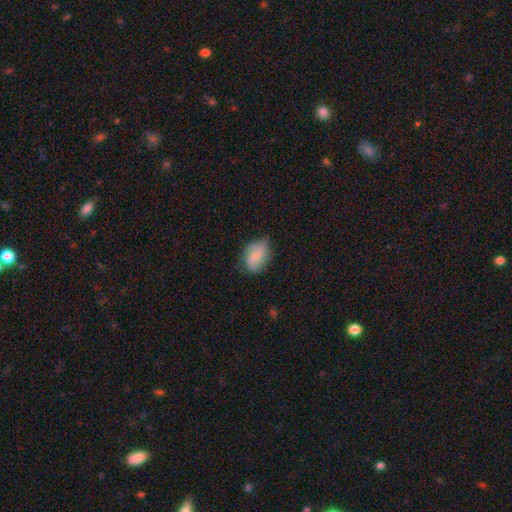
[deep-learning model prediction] The model was most divided on "merging": none: 59%, minor disturbance: 31%, major disturbance: 8%, merger: 1%. More confident: how rounded — in between (79%); smooth or featured — smooth (68%).